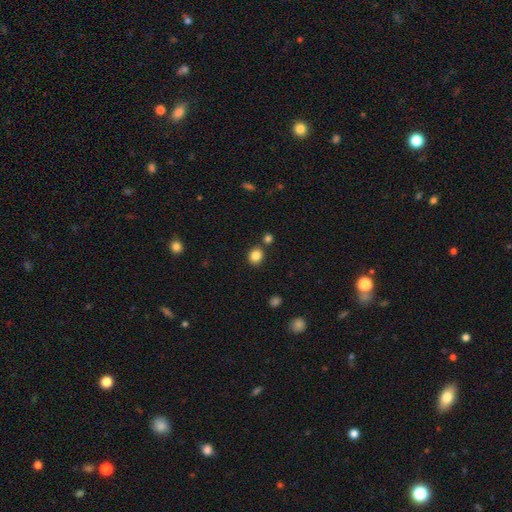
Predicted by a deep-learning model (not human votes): Smooth or featured: smooth — 85% (star or artifact — 11%)
How rounded: round — 78% (in between — 21%)
Merging: none — 80% (merger — 9%)